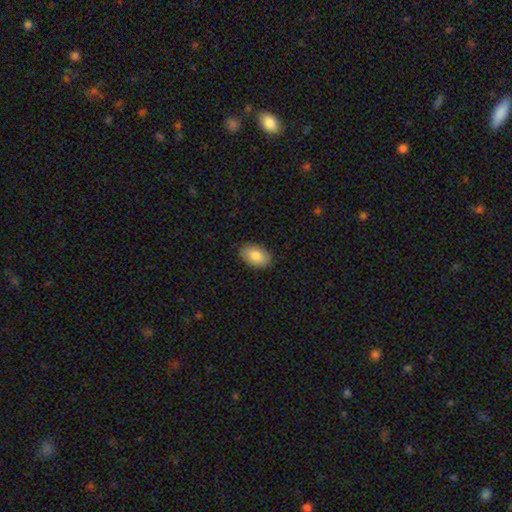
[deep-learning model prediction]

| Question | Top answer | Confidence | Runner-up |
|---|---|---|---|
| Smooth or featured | smooth | 84% | featured or disk (9%) |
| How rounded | in between | 92% | round (7%) |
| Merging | none | 88% | minor disturbance (9%) |